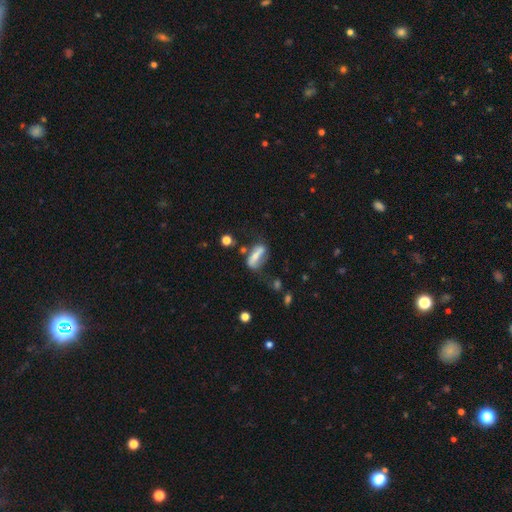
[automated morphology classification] This appears to be a smooth galaxy with no disk features (48%). Merging: none (43%).